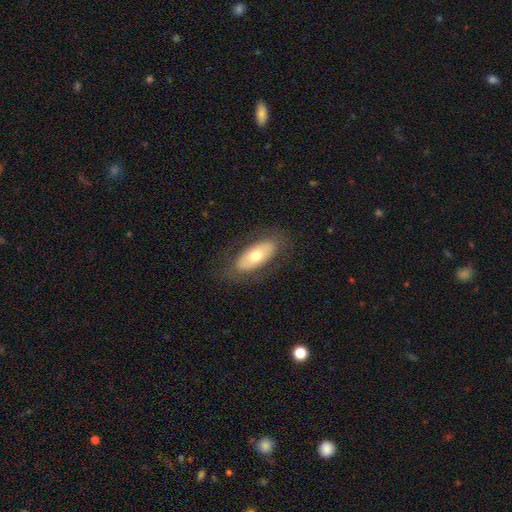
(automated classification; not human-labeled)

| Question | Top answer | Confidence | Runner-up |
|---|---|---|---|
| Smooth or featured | smooth | 58% | featured or disk (36%) |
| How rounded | in between | 86% | cigar-shaped (11%) |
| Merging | none | 81% | minor disturbance (13%) |